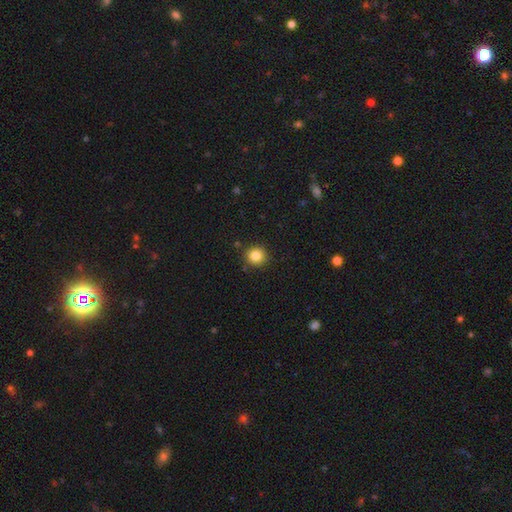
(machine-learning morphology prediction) Smooth or featured? smooth (84%)
How rounded? round (92%)
Merging? none (89%)